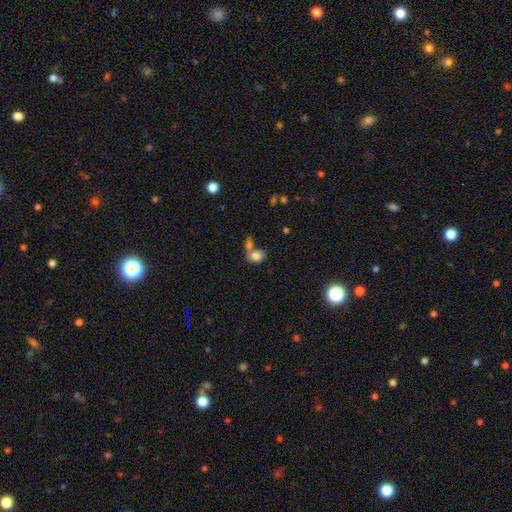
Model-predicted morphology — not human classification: The model was most divided on "how rounded": in between: 54%, round: 44%, cigar-shaped: 1%. Remaining: smooth or featured — smooth (80%); merging — merger (47%).